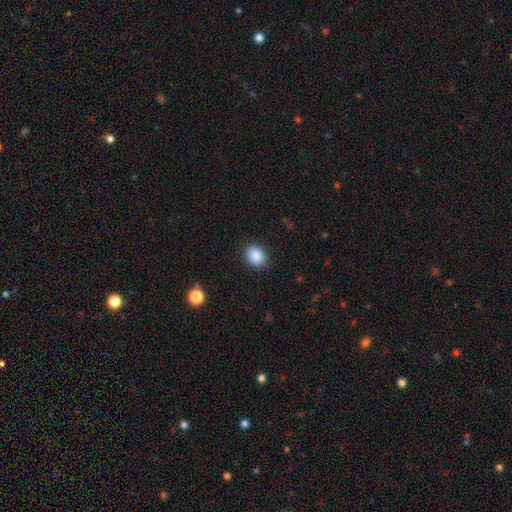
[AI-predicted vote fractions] Smooth or featured? Predicted: smooth (p=0.88). How rounded? Predicted: round (p=0.53). Merging? Predicted: none (p=0.87).